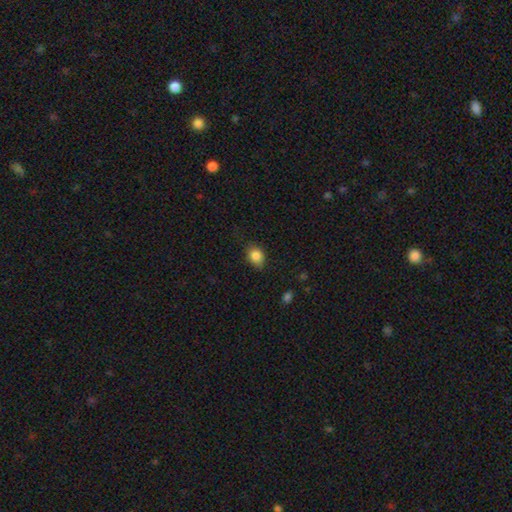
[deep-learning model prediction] smooth-or-featured: smooth: 86% | star or artifact: 9% | featured or disk: 5%
  how-rounded: in between: 57% | round: 41% | cigar-shaped: 1%
  merging: none: 75% | minor disturbance: 19% | major disturbance: 4% | merger: 1%